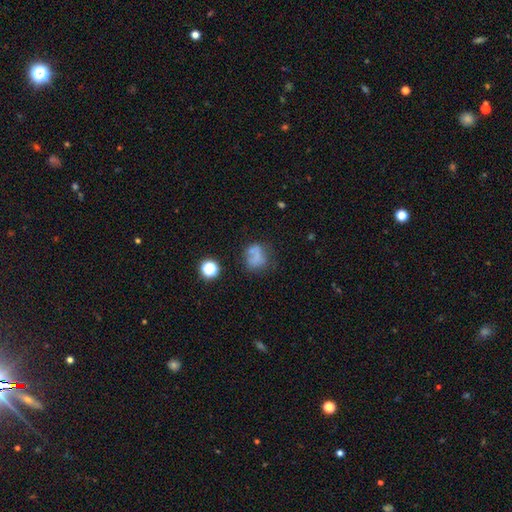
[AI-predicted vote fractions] The model was most divided on "merging": none: 43%, minor disturbance: 23%, major disturbance: 22%, merger: 13%. More confident: how rounded — round (64%); smooth or featured — smooth (57%).